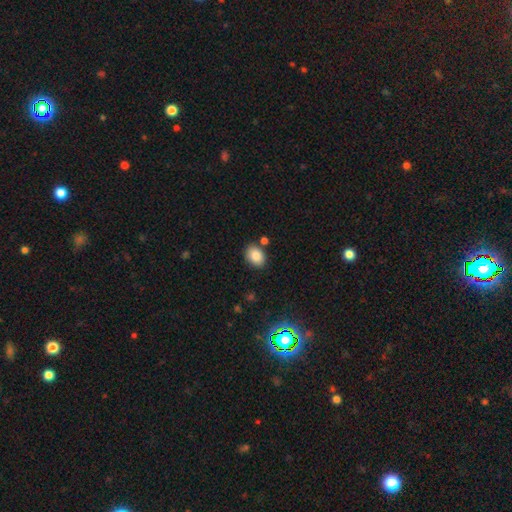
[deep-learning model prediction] Morphology: type=smooth (84%); roundness=in between (66%); merging=none (80%).